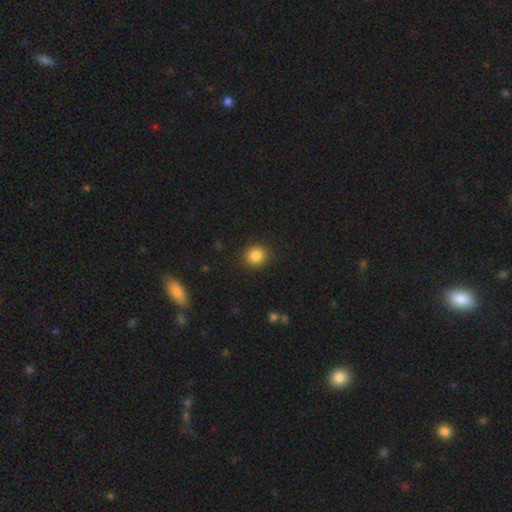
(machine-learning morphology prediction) The model was most divided on "smooth or featured": smooth: 85%, star or artifact: 10%, featured or disk: 4%. More confident: merging — none (90%); how rounded — round (89%).